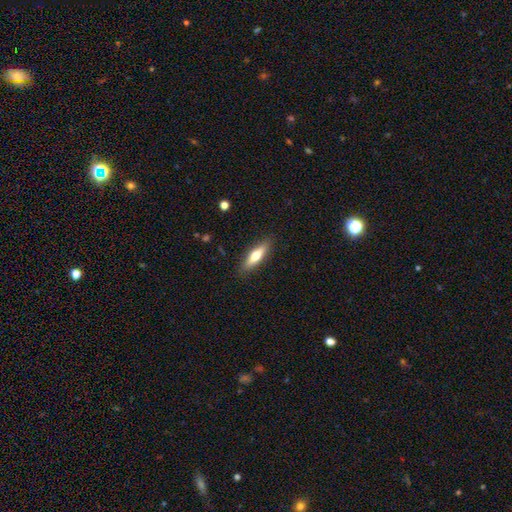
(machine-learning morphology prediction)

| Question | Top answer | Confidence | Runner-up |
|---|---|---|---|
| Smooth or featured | smooth | 60% | featured or disk (34%) |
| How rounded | cigar-shaped | 59% | in between (39%) |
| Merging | none | 88% | minor disturbance (9%) |